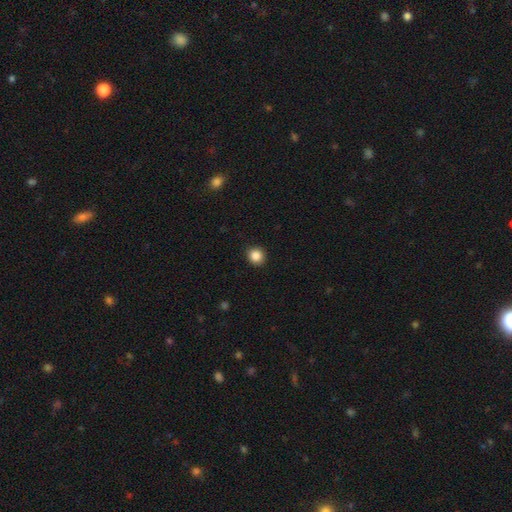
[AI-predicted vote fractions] Overall: smooth (87%). How rounded: round (87%). Merging: none (91%).